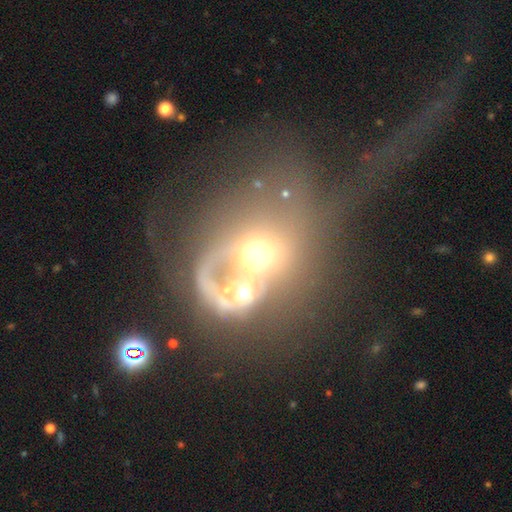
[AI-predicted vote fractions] smooth_or_featured: featured or disk (p=0.47) [alt: smooth p=0.36]
merging: merger (p=0.49) [alt: major disturbance p=0.28]